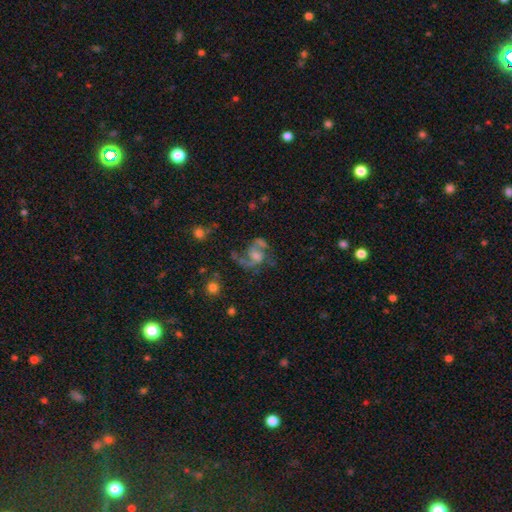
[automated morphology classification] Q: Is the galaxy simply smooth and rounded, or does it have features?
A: featured or disk — 74%.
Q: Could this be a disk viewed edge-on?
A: no — 98%.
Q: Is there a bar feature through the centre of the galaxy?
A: no — 57%.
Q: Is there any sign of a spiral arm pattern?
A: yes — 89%.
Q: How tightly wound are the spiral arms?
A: medium — 47%.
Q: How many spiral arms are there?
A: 2 — 79%.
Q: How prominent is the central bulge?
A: moderate — 37%.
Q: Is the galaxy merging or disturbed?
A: none — 46%.